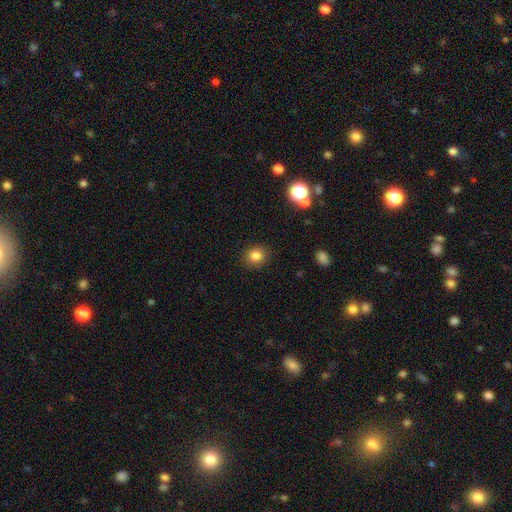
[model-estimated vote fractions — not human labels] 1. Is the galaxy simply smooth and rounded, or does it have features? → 82% smooth, 12% star or artifact, 6% featured or disk.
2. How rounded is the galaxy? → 79% round, 20% in between, 1% cigar-shaped.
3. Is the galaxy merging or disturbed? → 89% none, 7% minor disturbance, 2% major disturbance, 1% merger.